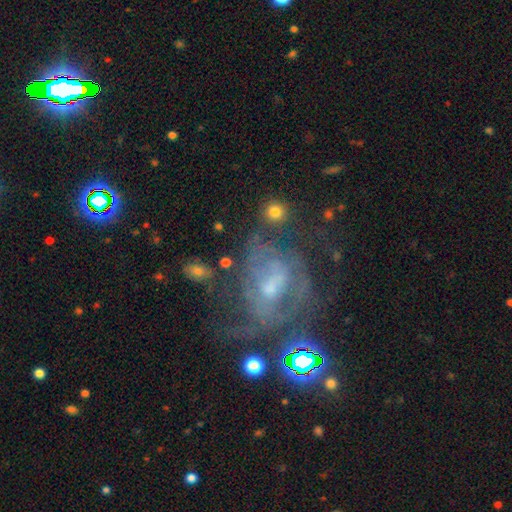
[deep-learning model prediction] featured or disk 67%, smooth 17%, star or artifact 15%. Down the decision tree: edge-on disk — no (96%); bar — no (47%); spiral arms — yes (64%); bulge size — small (47%); merging — none (42%).